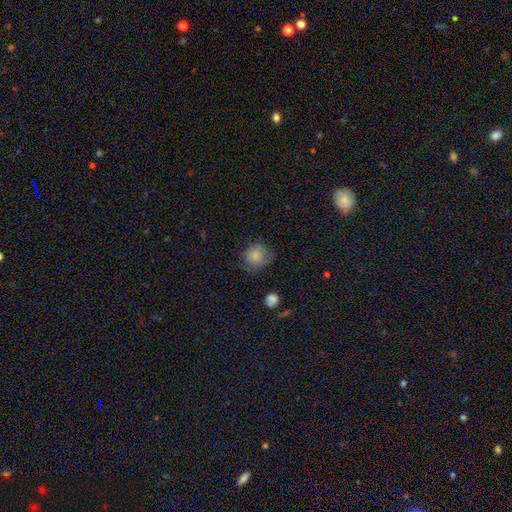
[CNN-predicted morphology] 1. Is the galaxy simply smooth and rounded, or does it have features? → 80% smooth, 10% featured or disk, 10% star or artifact.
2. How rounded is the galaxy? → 75% round, 24% in between, 1% cigar-shaped.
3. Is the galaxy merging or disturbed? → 58% none, 29% minor disturbance, 11% major disturbance, 2% merger.